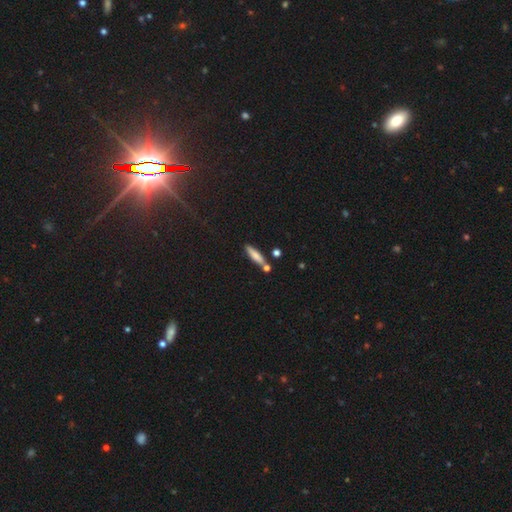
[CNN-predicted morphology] Smooth or featured?
  - smooth: 72% *
  - featured or disk: 20%
  - star or artifact: 8%
How rounded?
  - cigar-shaped: 78% *
  - in between: 20%
  - round: 2%
Merging?
  - none: 73% *
  - minor disturbance: 12%
  - merger: 12%
  - major disturbance: 3%